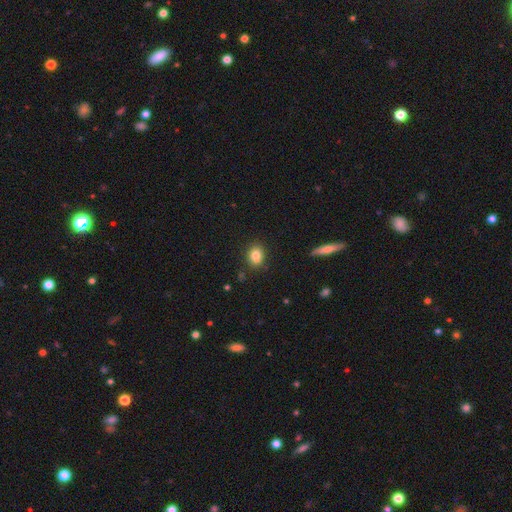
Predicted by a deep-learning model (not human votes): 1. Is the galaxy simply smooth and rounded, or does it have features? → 79% smooth, 11% star or artifact, 10% featured or disk.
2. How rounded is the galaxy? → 53% round, 45% in between, 1% cigar-shaped.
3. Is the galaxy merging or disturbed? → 68% none, 15% merger, 14% minor disturbance, 3% major disturbance.